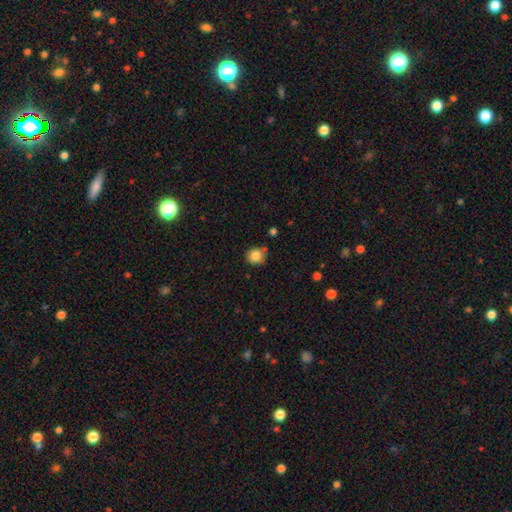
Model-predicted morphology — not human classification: Smooth or featured?
  - smooth: 84% *
  - star or artifact: 10%
  - featured or disk: 6%
How rounded?
  - round: 88% *
  - in between: 11%
  - cigar-shaped: 1%
Merging?
  - none: 79% *
  - minor disturbance: 13%
  - merger: 5%
  - major disturbance: 3%